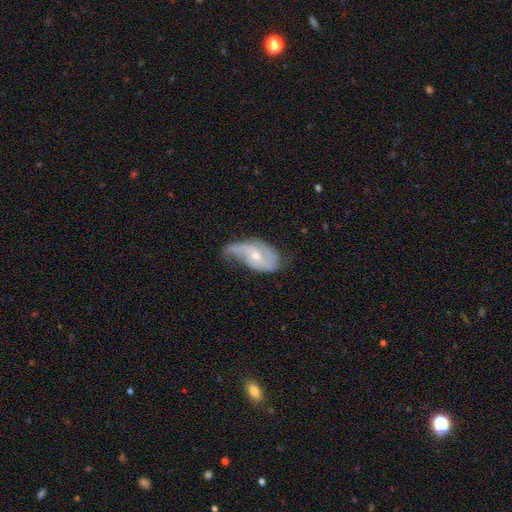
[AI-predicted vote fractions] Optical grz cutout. It shows a featured or disk galaxy (75%) with no bar (51%), 2 (59%) loose (41%) spiral arms (87%) and a moderate central bulge (55%). Merging: minor disturbance (37%).